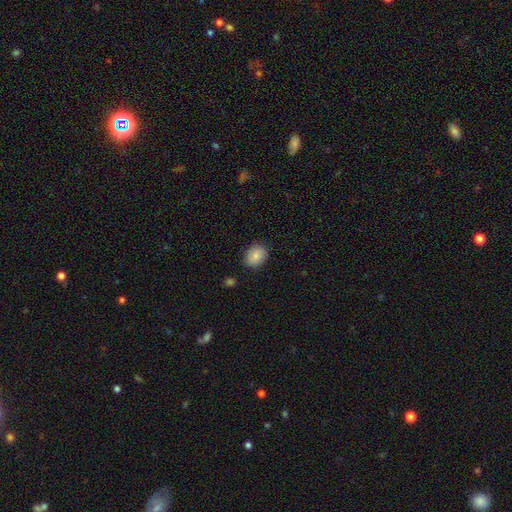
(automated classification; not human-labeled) Q: Smooth or featured?
A: smooth (85%); runner-up: star or artifact (8%)
Q: How rounded?
A: in between (60%); runner-up: round (39%)
Q: Merging?
A: none (84%); runner-up: minor disturbance (12%)